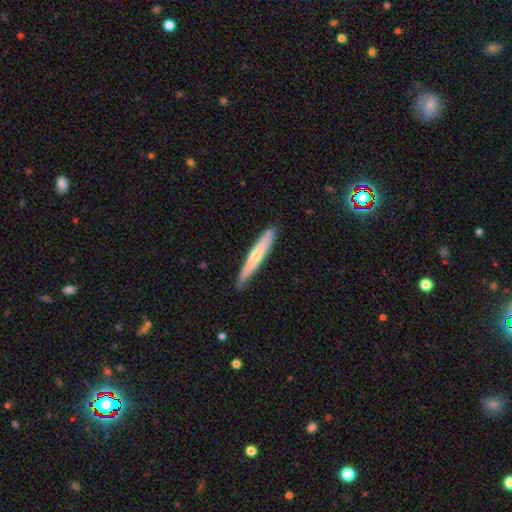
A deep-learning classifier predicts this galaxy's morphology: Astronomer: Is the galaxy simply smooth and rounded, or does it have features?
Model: smooth — 52% (runner-up: featured or disk, 43%).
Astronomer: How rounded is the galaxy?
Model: cigar-shaped — 94%.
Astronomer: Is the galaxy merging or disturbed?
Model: none — 84%.